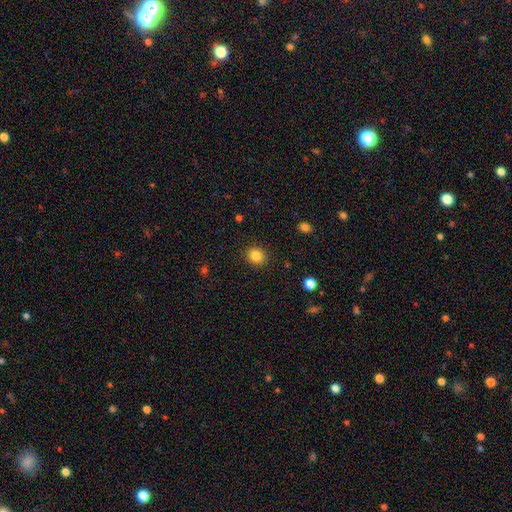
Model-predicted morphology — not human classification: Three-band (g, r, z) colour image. It shows a smooth galaxy with no disk features (85%) that is round (77%). Merging: none (90%).